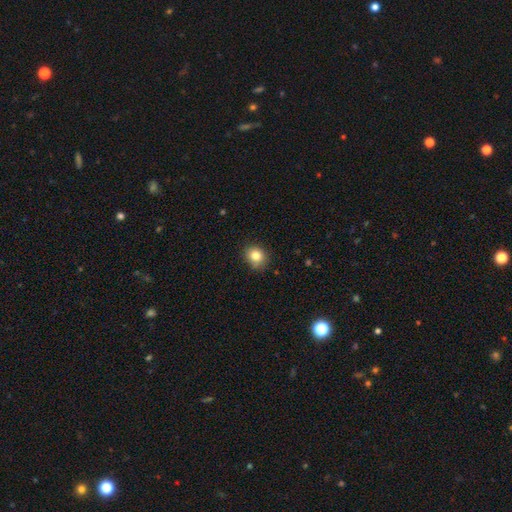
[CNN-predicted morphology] A smooth galaxy with no disk features (82%) that is round (72%). Merging: none (82%).